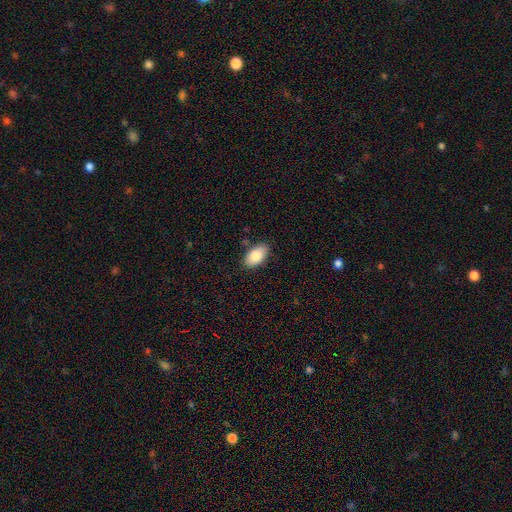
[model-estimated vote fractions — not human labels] This appears to be a smooth galaxy with no disk features (84%) that is in between round and cigar-shaped (94%). Merging: none (85%).